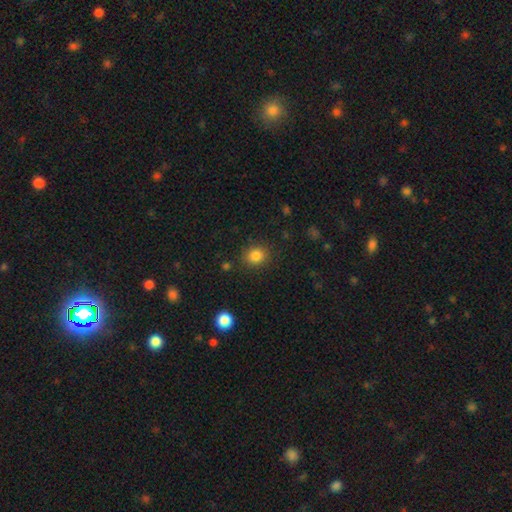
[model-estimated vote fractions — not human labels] The model was most divided on "how rounded": round: 74%, in between: 25%, cigar-shaped: 1%. More confident: merging — none (86%); smooth or featured — smooth (84%).